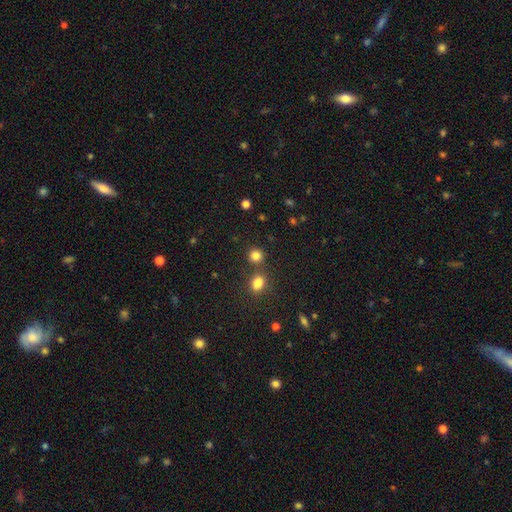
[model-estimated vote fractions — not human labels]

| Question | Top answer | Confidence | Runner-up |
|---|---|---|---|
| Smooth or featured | smooth | 82% | star or artifact (13%) |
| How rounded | round | 85% | in between (14%) |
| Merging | none | 71% | merger (18%) |